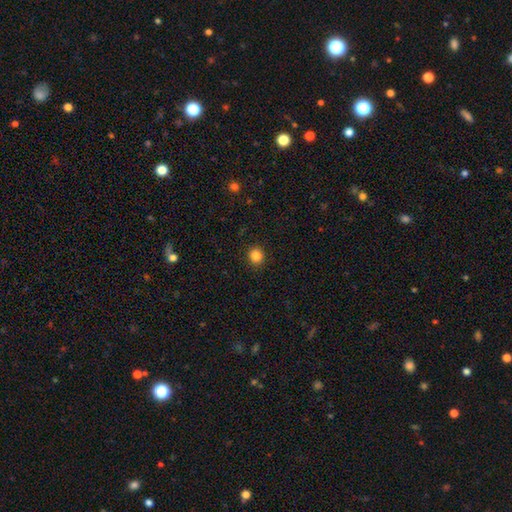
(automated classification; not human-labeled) smooth-or-featured: smooth: 85% | star or artifact: 11% | featured or disk: 4%
  how-rounded: round: 88% | in between: 11% | cigar-shaped: 1%
  merging: none: 91% | minor disturbance: 6% | major disturbance: 2% | merger: 1%